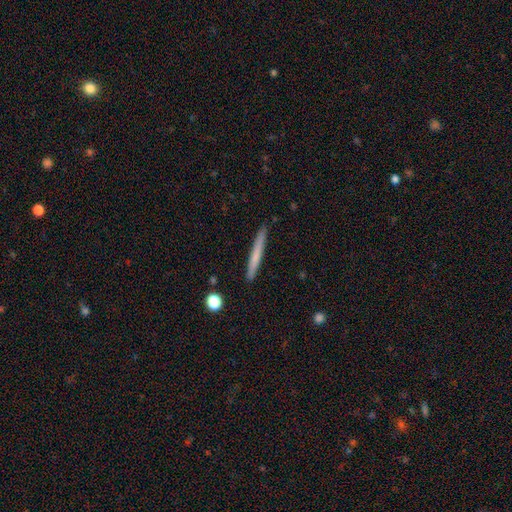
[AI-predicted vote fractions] Overall: smooth (65%; featured or disk 29%). How rounded: cigar-shaped (97%). Merging: none (91%).